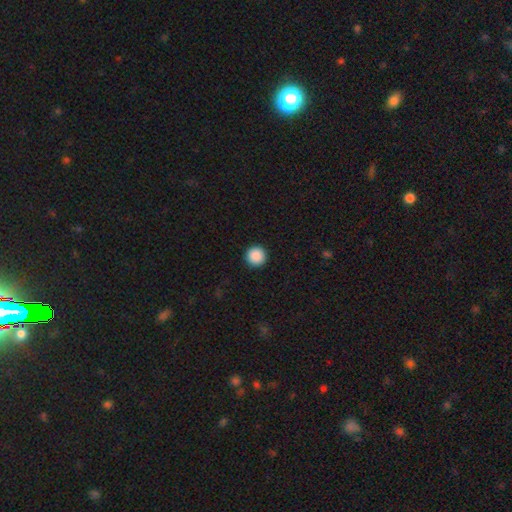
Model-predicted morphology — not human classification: smooth 89%, star or artifact 9%, featured or disk 2%. Down the decision tree: how rounded — round (97%); merging — none (94%).